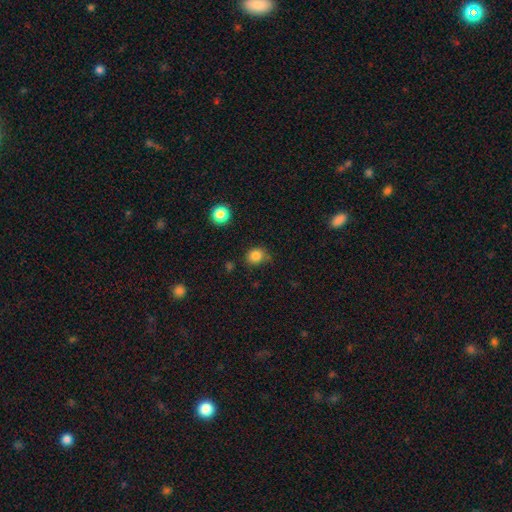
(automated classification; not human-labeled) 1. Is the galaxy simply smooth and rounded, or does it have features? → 83% smooth, 12% star or artifact, 5% featured or disk.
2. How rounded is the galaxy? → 73% round, 26% in between, 1% cigar-shaped.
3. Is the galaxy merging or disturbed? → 68% none, 23% minor disturbance, 5% major disturbance, 3% merger.